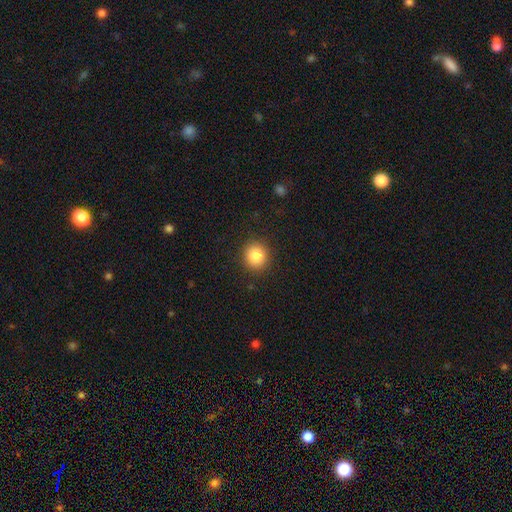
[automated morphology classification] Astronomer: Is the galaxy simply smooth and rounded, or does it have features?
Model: smooth — 87%.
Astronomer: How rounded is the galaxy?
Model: round — 89%.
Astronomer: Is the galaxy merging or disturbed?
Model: none — 90%.